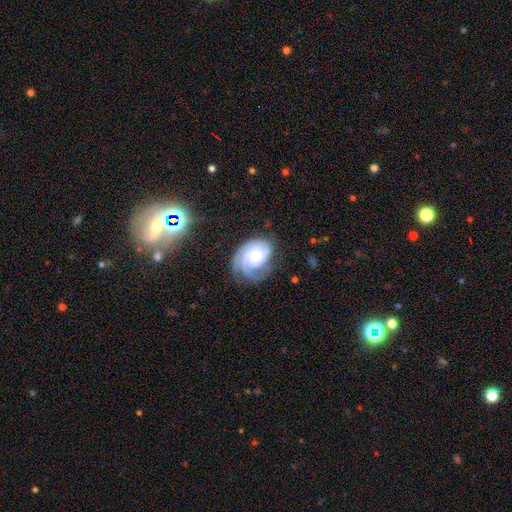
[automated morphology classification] Smooth or featured: featured or disk — 77% (smooth — 17%)
Edge-on disk: no — 97% (yes — 3%)
Bar: no — 75% (weak — 21%)
Spiral arms: yes — 94% (no — 6%)
Spiral winding: tight — 67% (medium — 26%)
Spiral arm count: can't tell — 31% (3 — 26%)
Bulge size: moderate — 49% (small — 42%)
Merging: none — 60% (minor disturbance — 24%)